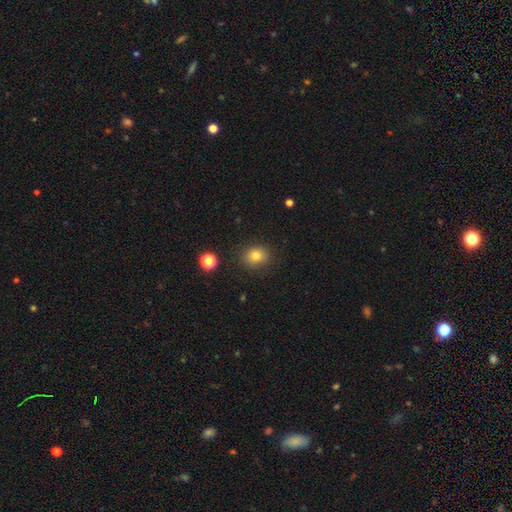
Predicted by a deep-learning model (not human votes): smooth_or_featured: smooth (p=0.80) [alt: star or artifact p=0.12]
how_rounded: round (p=0.68) [alt: in between p=0.32]
merging: none (p=0.87) [alt: minor disturbance p=0.08]